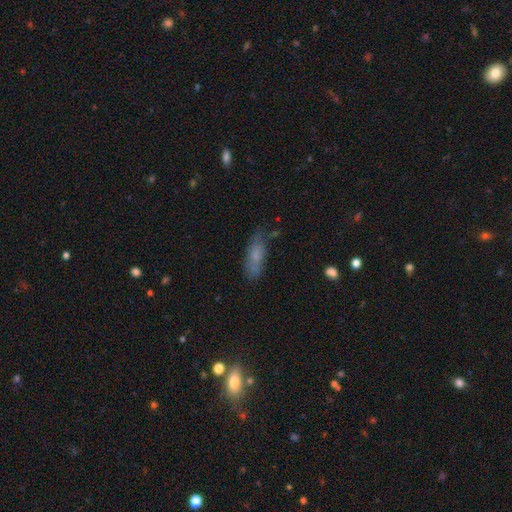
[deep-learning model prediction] Morphology: type=smooth (70%); roundness=in between (61%); merging=none (66%).